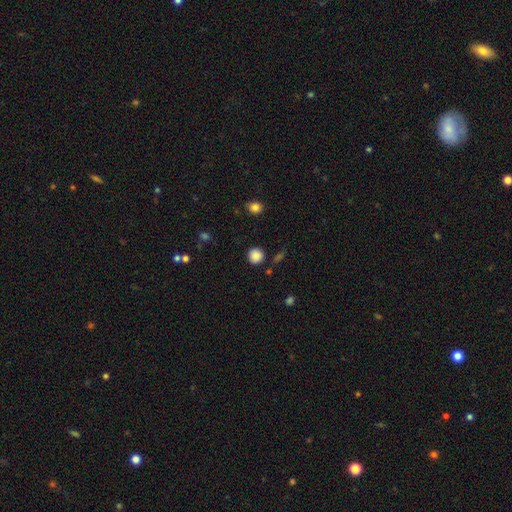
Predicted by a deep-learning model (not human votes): Overall: smooth (87%). How rounded: round (92%). Merging: none (86%).